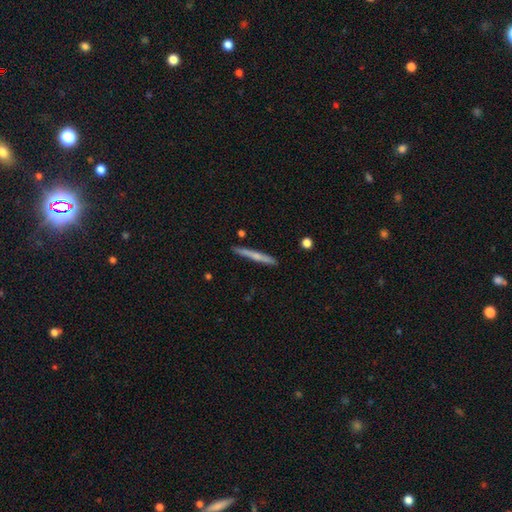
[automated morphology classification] Smooth or featured? Predicted: smooth (p=0.52). How rounded? Predicted: cigar-shaped (p=0.96). Merging? Predicted: none (p=0.89).